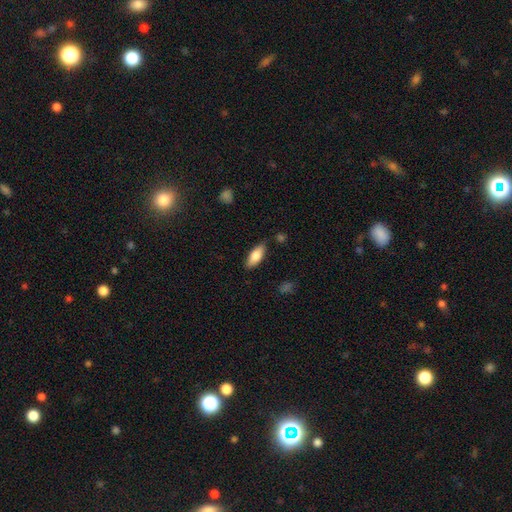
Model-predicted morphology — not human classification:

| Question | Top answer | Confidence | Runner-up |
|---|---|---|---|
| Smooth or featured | smooth | 78% | featured or disk (16%) |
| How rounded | in between | 77% | cigar-shaped (21%) |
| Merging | none | 84% | minor disturbance (12%) |